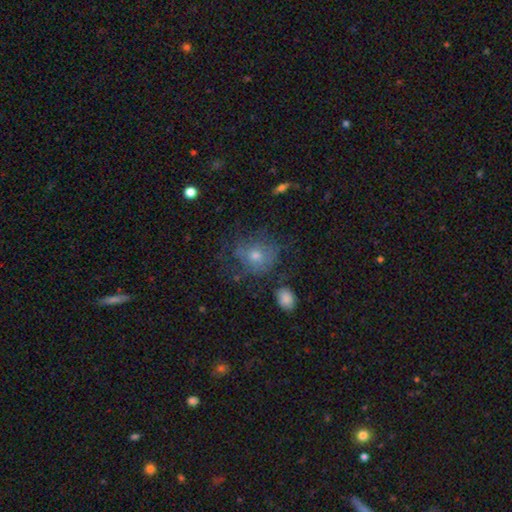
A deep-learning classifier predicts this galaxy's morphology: smooth 51%, featured or disk 33%, star or artifact 16%. Down the decision tree: how rounded — round (75%); merging — none (58%).